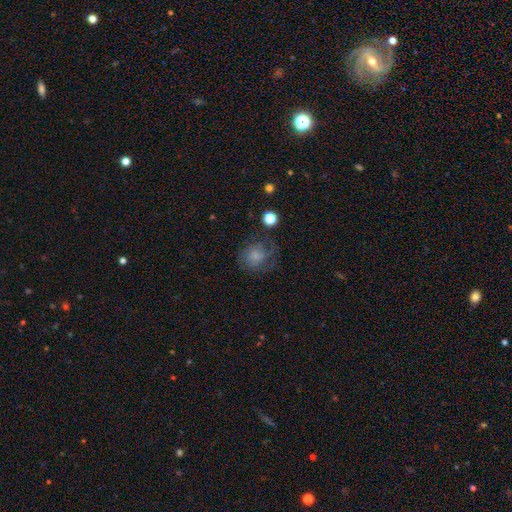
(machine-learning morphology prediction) This is possibly a smooth galaxy (57%). How rounded: likely round (71%). Merging: possibly none (50%).